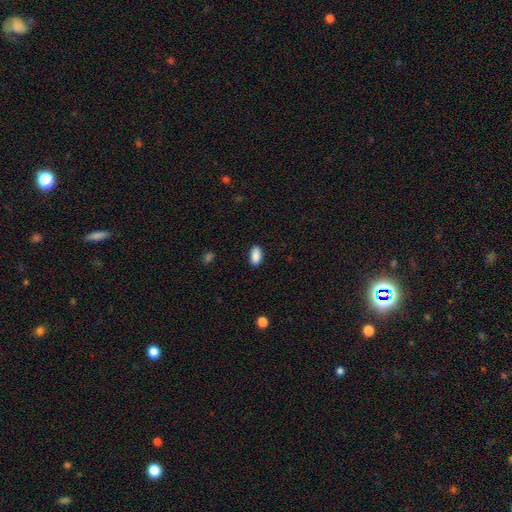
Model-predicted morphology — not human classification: Smooth or featured: smooth — 89% (star or artifact — 7%)
How rounded: in between — 92% (cigar-shaped — 5%)
Merging: none — 88% (minor disturbance — 9%)